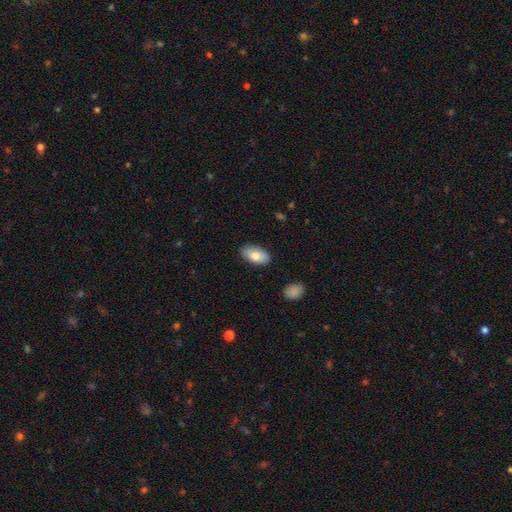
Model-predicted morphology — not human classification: Smooth or featured: smooth — 79% (featured or disk — 15%)
How rounded: in between — 94% (round — 3%)
Merging: none — 86% (minor disturbance — 10%)